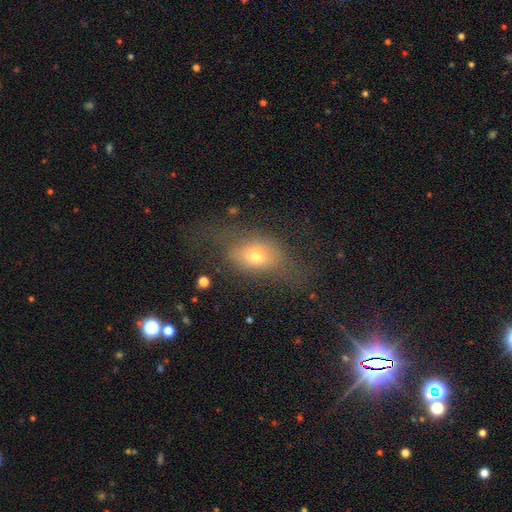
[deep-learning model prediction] Morphology: type=smooth (58%); roundness=in between (75%); merging=none (47%).